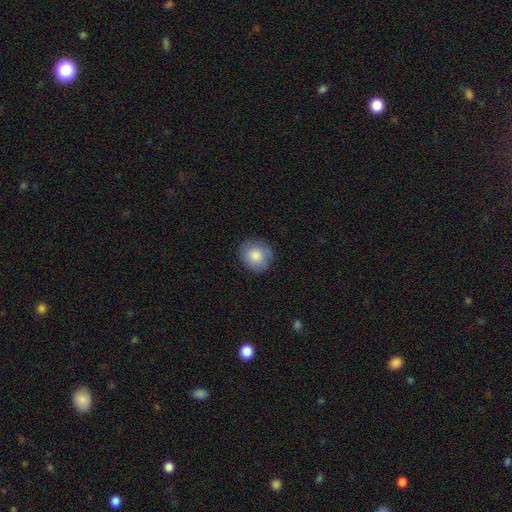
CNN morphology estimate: smooth_or_featured: smooth (p=0.83) [alt: featured or disk p=0.09]
how_rounded: round (p=0.83) [alt: in between p=0.16]
merging: none (p=0.83) [alt: minor disturbance p=0.13]